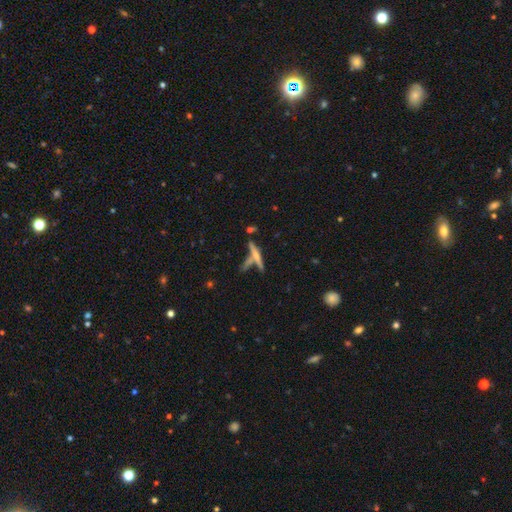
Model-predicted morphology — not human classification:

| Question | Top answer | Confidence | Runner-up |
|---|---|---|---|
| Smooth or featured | featured or disk | 55% | smooth (35%) |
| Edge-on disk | yes | 92% | no (8%) |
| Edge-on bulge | rounded | 58% | none (34%) |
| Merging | none | 59% | merger (23%) |